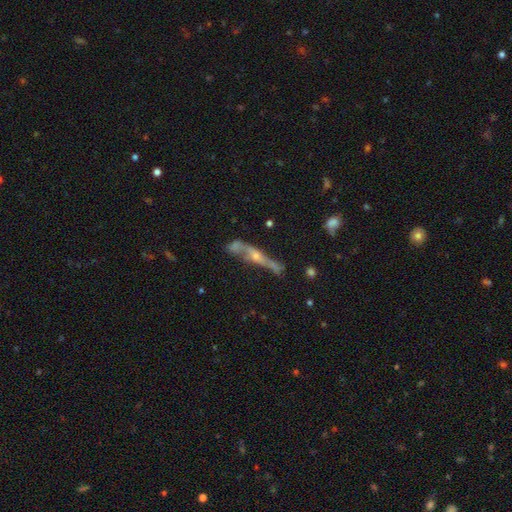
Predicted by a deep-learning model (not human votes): Overall: featured or disk (70%). Edge-on disk: yes (75%). Edge-on bulge: rounded (76%). Merging: none (53%; minor disturbance 24%).